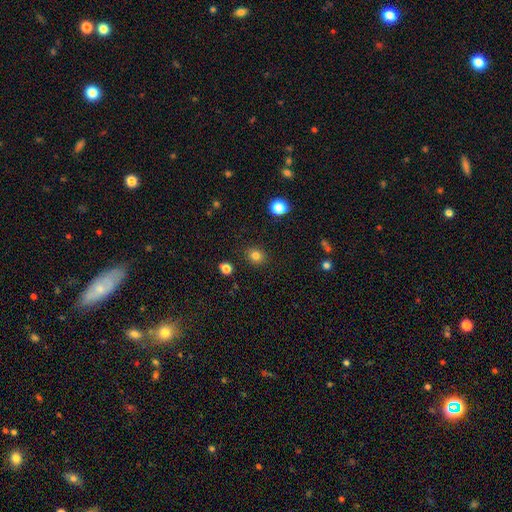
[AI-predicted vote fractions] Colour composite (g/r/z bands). It shows a smooth galaxy with no disk features (81%) that is round (74%). Merging: none (88%).